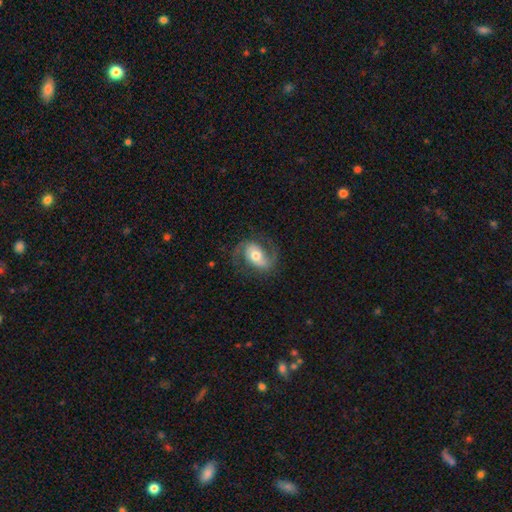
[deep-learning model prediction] This appears to be a featured or disk galaxy (80%) with no bar (43%), 2 (85%) medium (49%) spiral arms (94%) and a moderate central bulge (68%). Merging: none (70%).